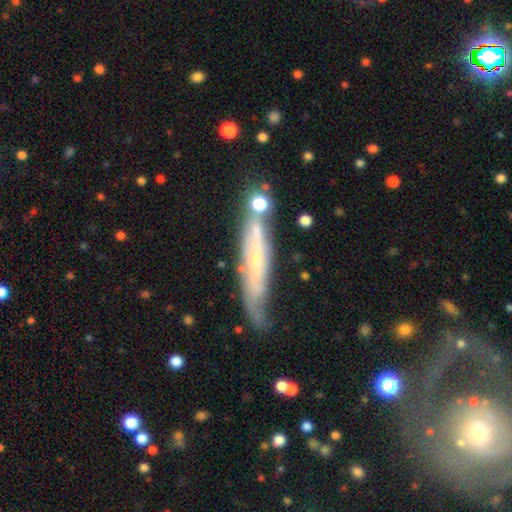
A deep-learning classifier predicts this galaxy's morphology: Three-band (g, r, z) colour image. It shows a featured or disk galaxy (64%) viewed edge-on (60%). Merging: none (61%).